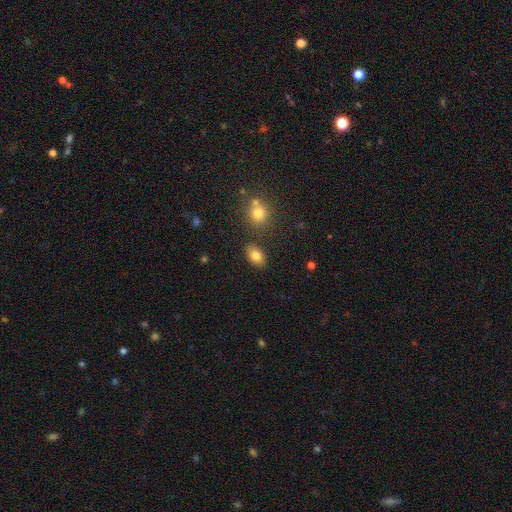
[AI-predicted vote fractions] smooth_or_featured: smooth (p=0.82) [alt: star or artifact p=0.09]
how_rounded: in between (p=0.85) [alt: round p=0.14]
merging: none (p=0.83) [alt: minor disturbance p=0.10]